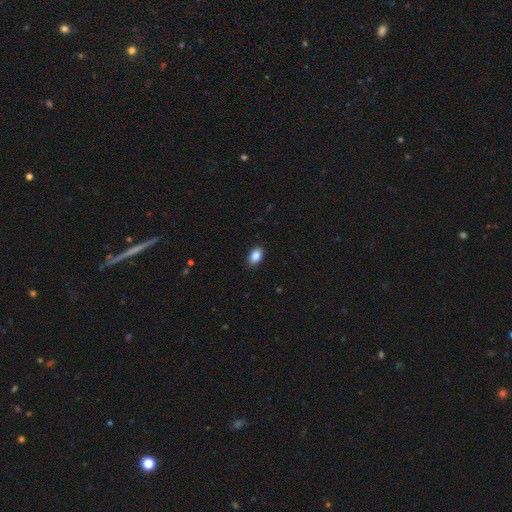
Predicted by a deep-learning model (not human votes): Overall: smooth (88%). How rounded: in between (90%). Merging: none (89%).